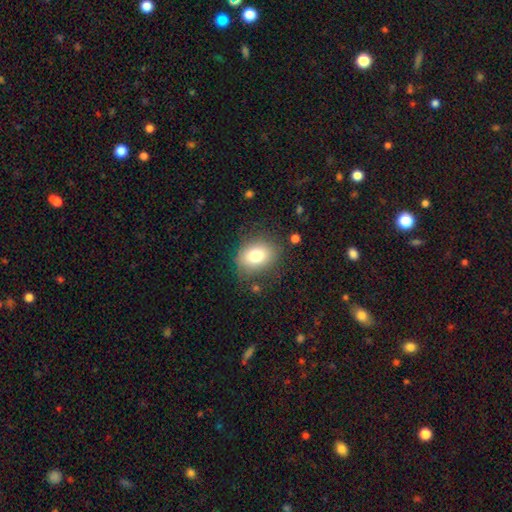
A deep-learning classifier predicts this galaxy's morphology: A smooth galaxy with no disk features (78%) that is in between round and cigar-shaped (61%). Merging: none (79%).